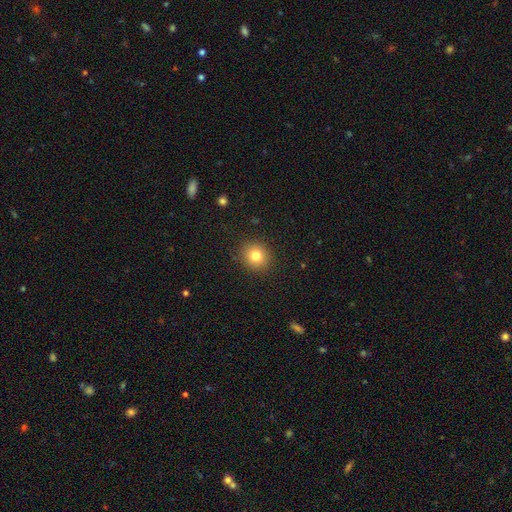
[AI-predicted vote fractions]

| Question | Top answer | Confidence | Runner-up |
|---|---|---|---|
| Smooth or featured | smooth | 81% | star or artifact (11%) |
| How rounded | round | 86% | in between (13%) |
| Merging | none | 90% | minor disturbance (7%) |